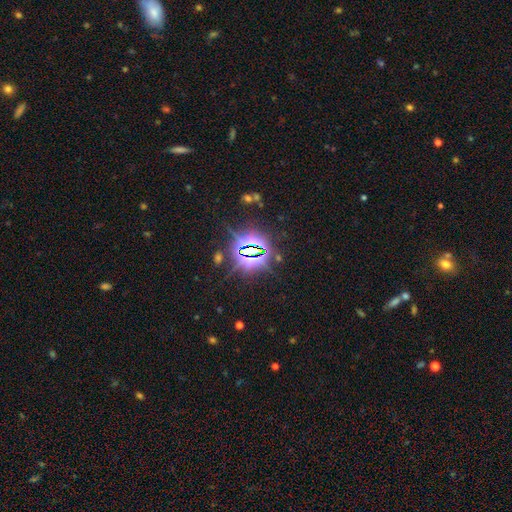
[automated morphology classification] star or artifact 83%, smooth 10%, featured or disk 8%.